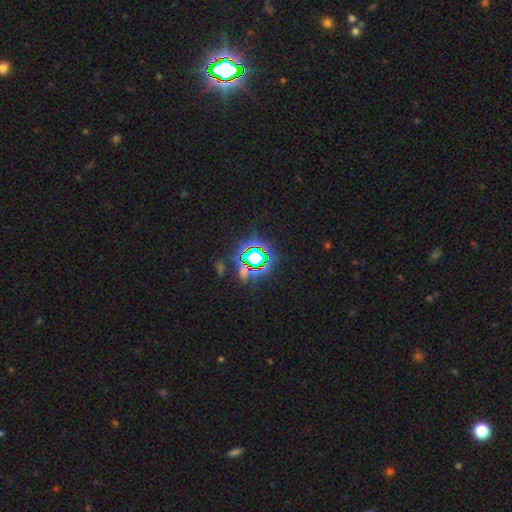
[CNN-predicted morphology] This is likely a star or artifact rather than a galaxy (73%).